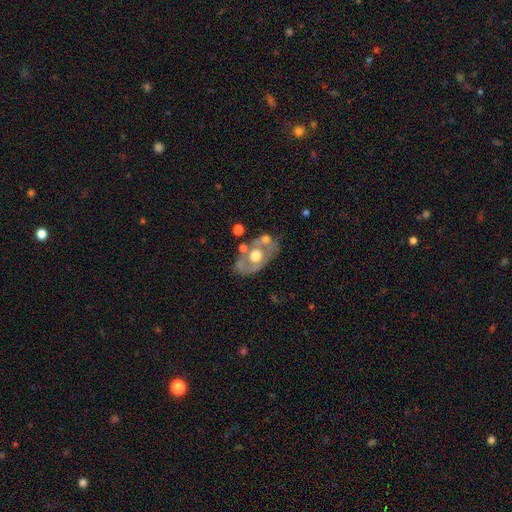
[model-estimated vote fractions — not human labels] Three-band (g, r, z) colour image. It shows a featured or disk galaxy (60%) with no bar (89%), no spiral arms (85%) and a moderate central bulge (62%). Merging: none (60%).